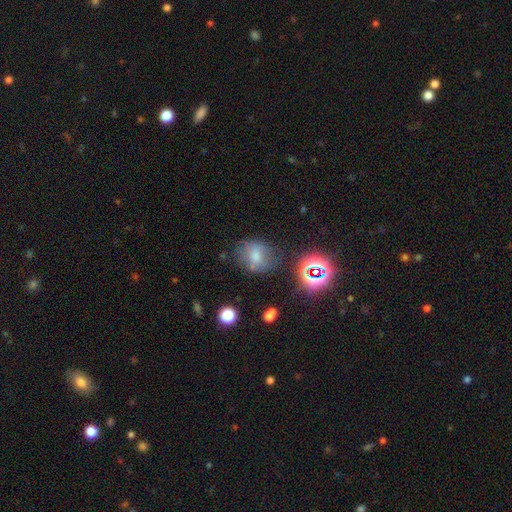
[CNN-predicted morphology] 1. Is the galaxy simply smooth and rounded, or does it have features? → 52% smooth, 30% star or artifact, 18% featured or disk.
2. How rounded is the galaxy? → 65% round, 34% in between, 2% cigar-shaped.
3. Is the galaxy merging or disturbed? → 71% none, 18% minor disturbance, 7% major disturbance, 5% merger.